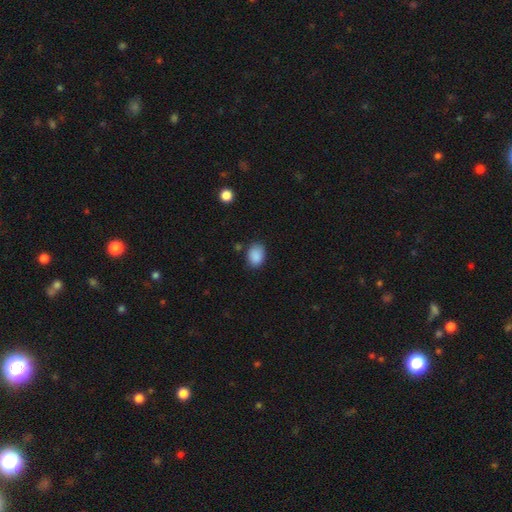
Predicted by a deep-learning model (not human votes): Smooth or featured: smooth — 88% (star or artifact — 8%)
How rounded: in between — 74% (round — 25%)
Merging: none — 78% (minor disturbance — 16%)